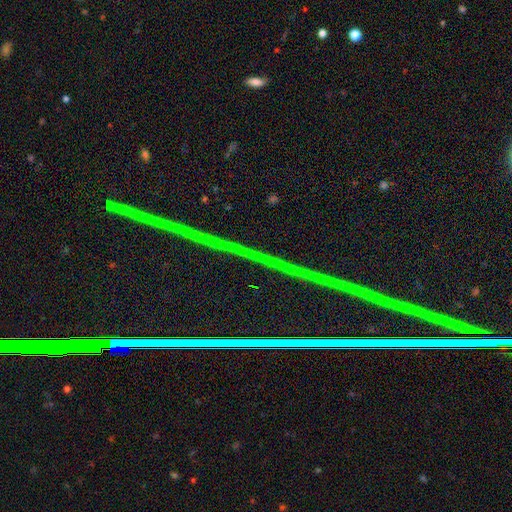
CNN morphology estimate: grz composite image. It shows a star or artifact, not a galaxy (86%).